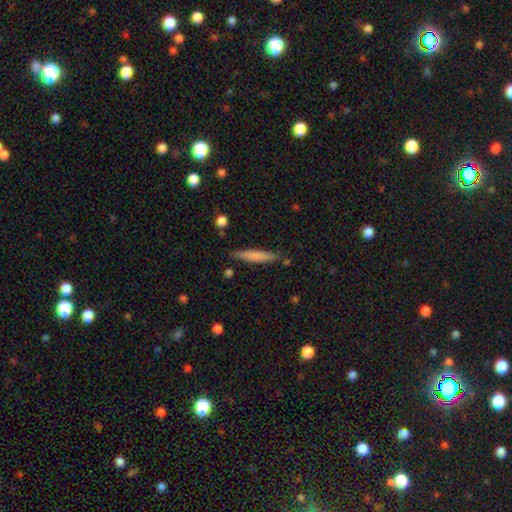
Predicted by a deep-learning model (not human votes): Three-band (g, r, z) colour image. It shows a smooth galaxy with no disk features (73%) that is cigar-shaped (92%). Merging: none (83%).